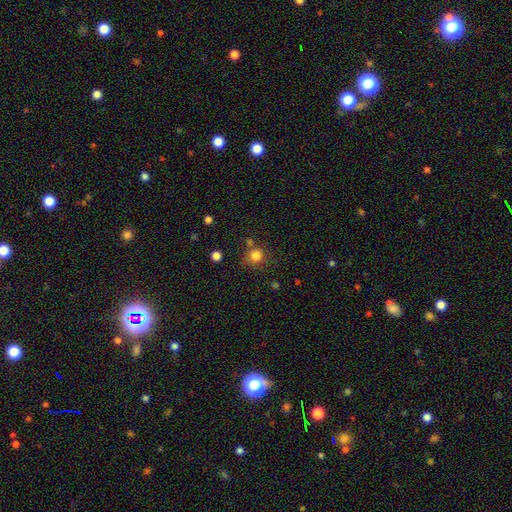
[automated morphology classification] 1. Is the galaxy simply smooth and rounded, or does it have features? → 80% smooth, 13% star or artifact, 6% featured or disk.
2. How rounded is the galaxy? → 86% round, 13% in between, 1% cigar-shaped.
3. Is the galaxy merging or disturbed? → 67% none, 16% minor disturbance, 11% merger, 6% major disturbance.